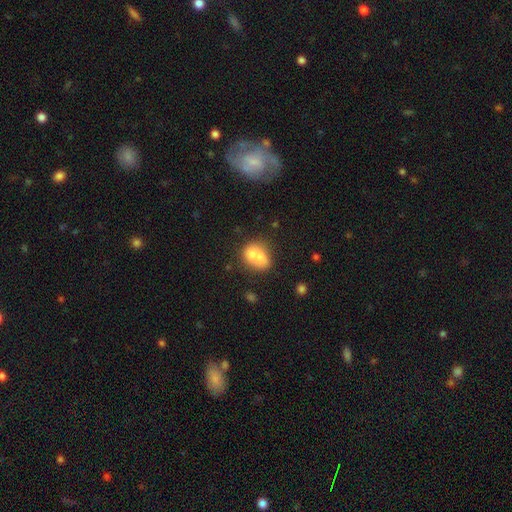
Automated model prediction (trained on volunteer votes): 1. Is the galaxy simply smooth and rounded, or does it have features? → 70% smooth, 21% featured or disk, 9% star or artifact.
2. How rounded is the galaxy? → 61% in between, 38% round, 2% cigar-shaped.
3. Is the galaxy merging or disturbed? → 58% merger, 26% none, 11% minor disturbance, 6% major disturbance.